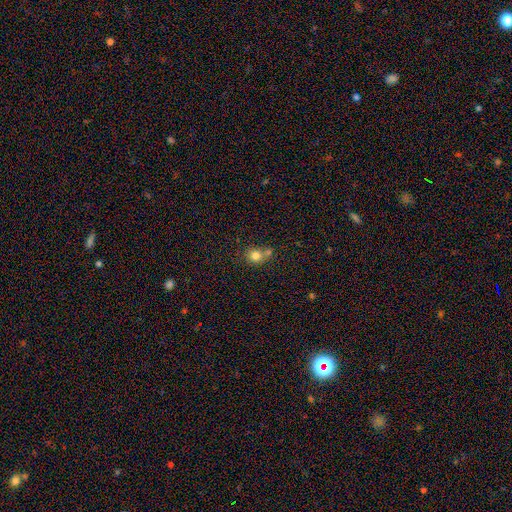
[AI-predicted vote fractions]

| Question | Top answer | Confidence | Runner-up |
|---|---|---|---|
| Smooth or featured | smooth | 79% | star or artifact (12%) |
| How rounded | round | 81% | in between (18%) |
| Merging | none | 46% | merger (40%) |